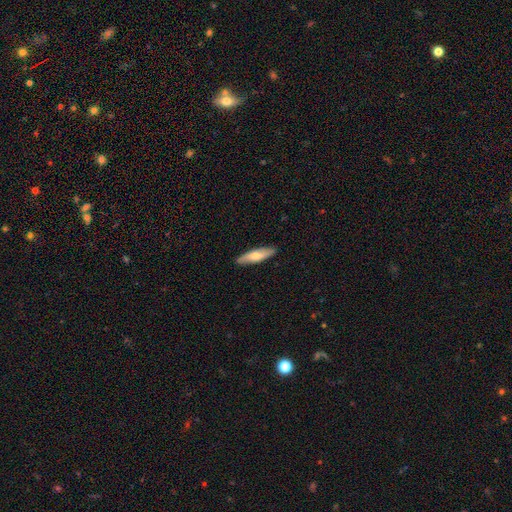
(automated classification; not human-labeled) Smooth or featured?
  - smooth: 68% *
  - featured or disk: 27%
  - star or artifact: 5%
How rounded?
  - cigar-shaped: 68% *
  - in between: 30%
  - round: 2%
Merging?
  - none: 89% *
  - minor disturbance: 8%
  - major disturbance: 1%
  - merger: 1%